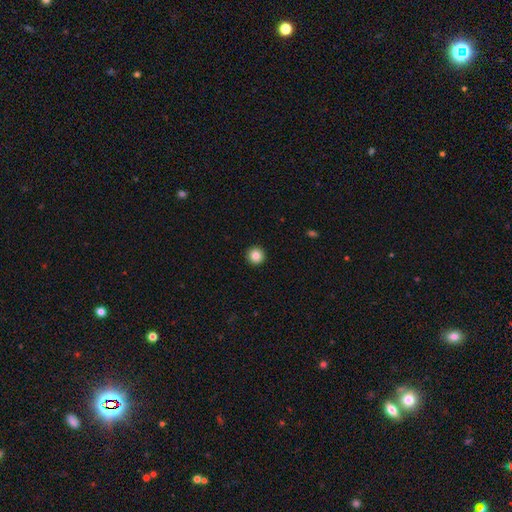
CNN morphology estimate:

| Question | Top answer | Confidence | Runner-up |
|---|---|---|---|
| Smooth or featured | smooth | 85% | star or artifact (10%) |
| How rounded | round | 96% | in between (3%) |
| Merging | none | 94% | minor disturbance (4%) |